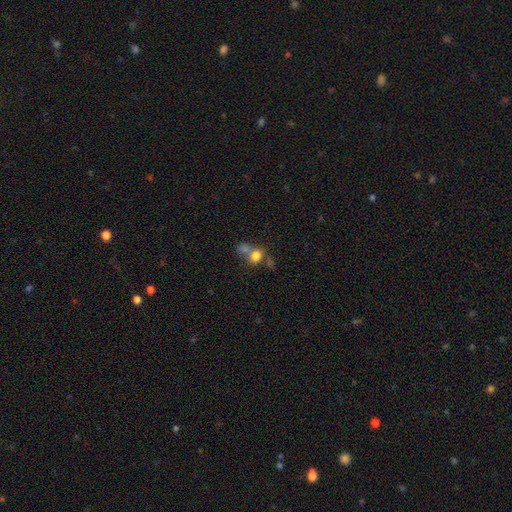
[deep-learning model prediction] This appears to be a smooth galaxy with no disk features (74%) that is round (69%). Merging: merger (49%).